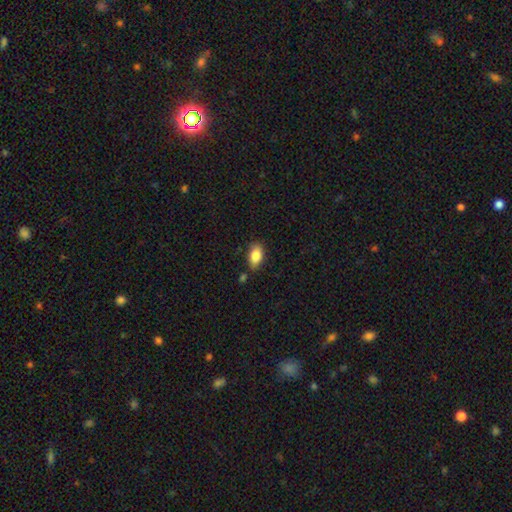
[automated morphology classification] This appears to be a smooth galaxy with no disk features (84%) that is in between round and cigar-shaped (90%). Merging: none (77%).